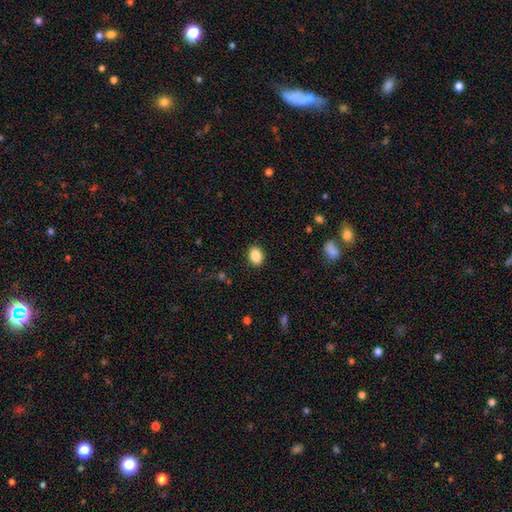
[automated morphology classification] Smooth or featured? smooth (87%)
How rounded? in between (70%)
Merging? none (89%)